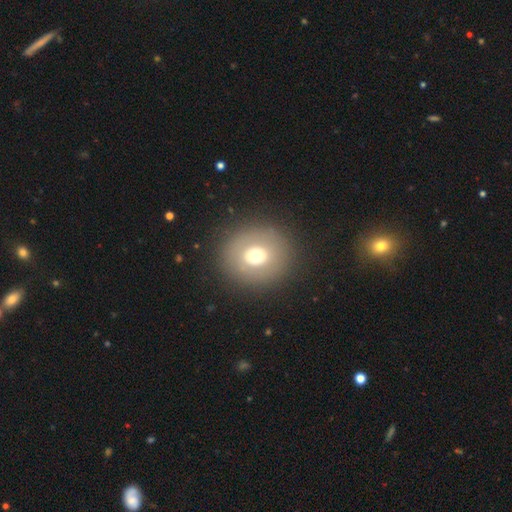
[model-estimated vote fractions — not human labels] Morphology: type=smooth (65%); roundness=round (87%); merging=none (88%).